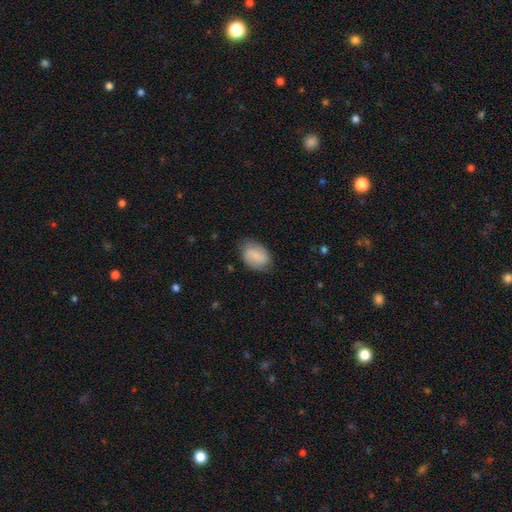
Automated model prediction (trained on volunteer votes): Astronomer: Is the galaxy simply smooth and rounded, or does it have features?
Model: smooth — 72%.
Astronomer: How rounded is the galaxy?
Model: in between — 82%.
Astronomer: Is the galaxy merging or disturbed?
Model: none — 75%.